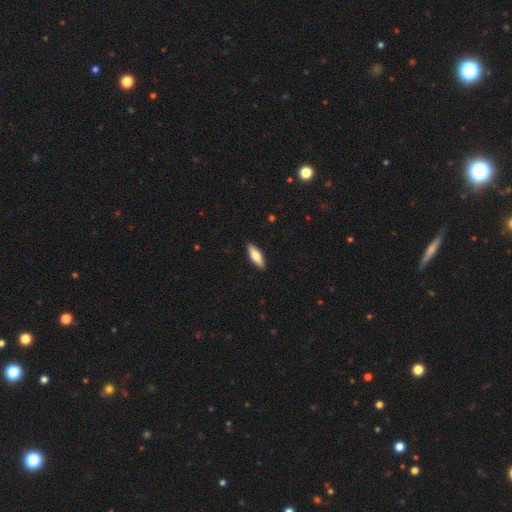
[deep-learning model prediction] Smooth or featured: smooth — 68% (featured or disk — 27%)
How rounded: in between — 51% (cigar-shaped — 47%)
Merging: none — 90% (minor disturbance — 7%)